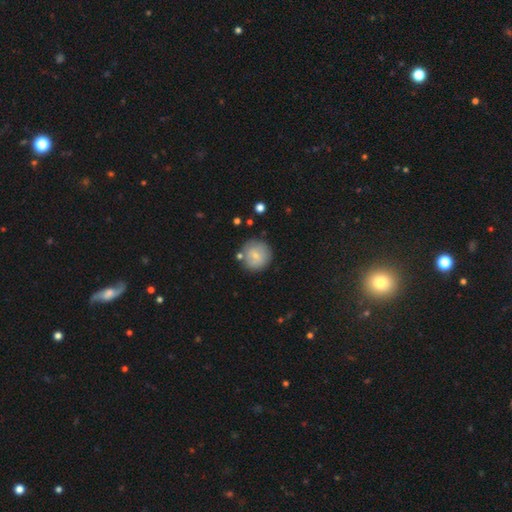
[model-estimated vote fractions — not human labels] A smooth galaxy with no disk features (75%) that is round (94%). Merging: none (78%).